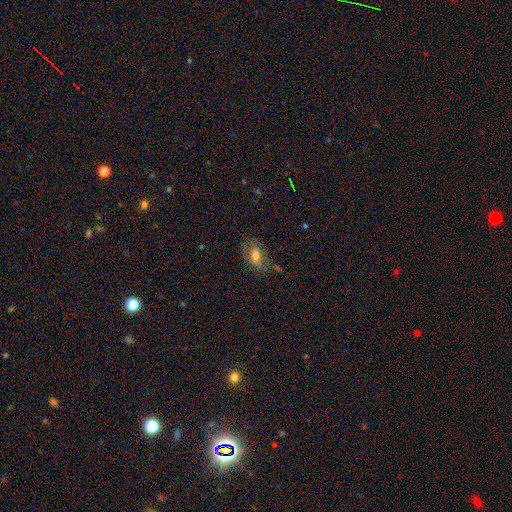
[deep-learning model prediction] Q: Smooth or featured?
A: smooth (58%); runner-up: featured or disk (32%)
Q: How rounded?
A: in between (85%); runner-up: round (10%)
Q: Merging?
A: none (61%); runner-up: minor disturbance (24%)